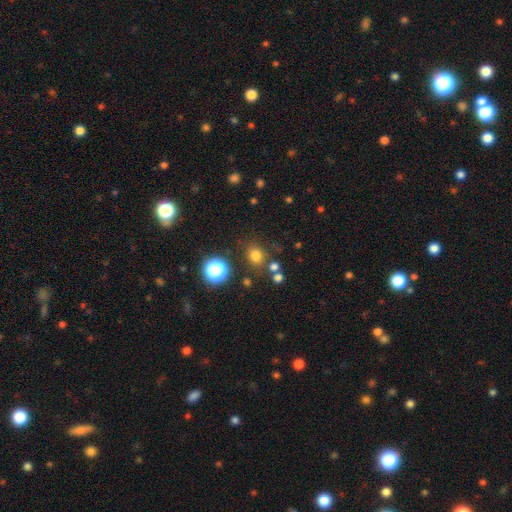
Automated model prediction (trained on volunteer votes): The model was most divided on "smooth or featured": smooth: 75%, star or artifact: 19%, featured or disk: 6%. More confident: merging — none (79%); how rounded — round (78%).